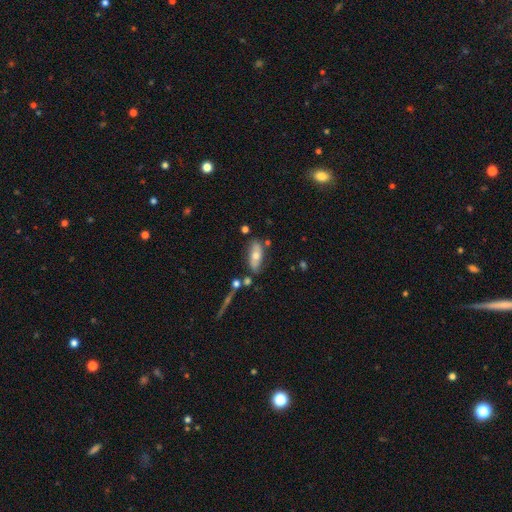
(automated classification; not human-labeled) Smooth or featured?
  - smooth: 59% *
  - featured or disk: 33%
  - star or artifact: 8%
How rounded?
  - in between: 78% *
  - cigar-shaped: 19%
  - round: 3%
Merging?
  - none: 73% *
  - minor disturbance: 15%
  - merger: 8%
  - major disturbance: 4%